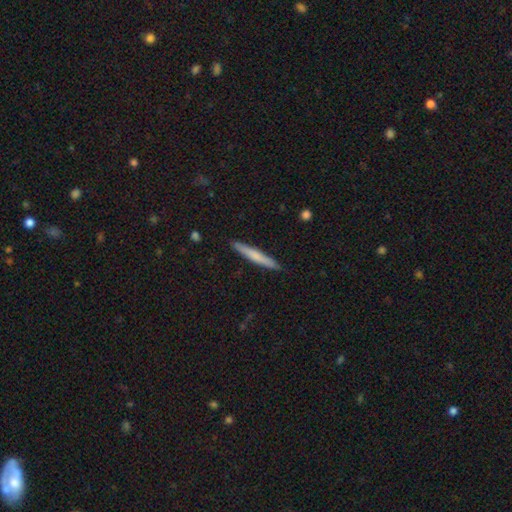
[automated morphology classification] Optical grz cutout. It shows a smooth galaxy with no disk features (64%) that is cigar-shaped (96%). Merging: none (91%).